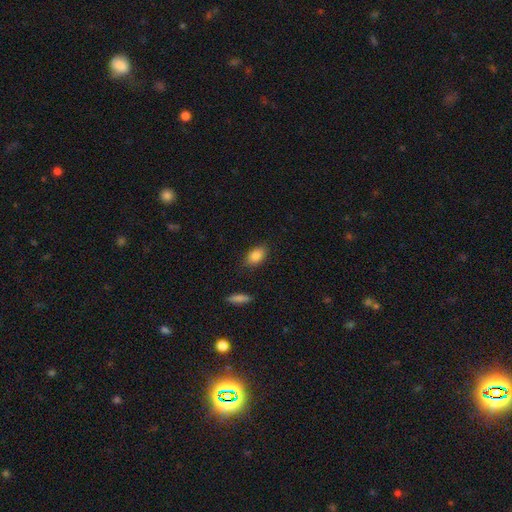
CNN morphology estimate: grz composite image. It shows a smooth galaxy with no disk features (86%) that is in between round and cigar-shaped (86%). Merging: none (83%).